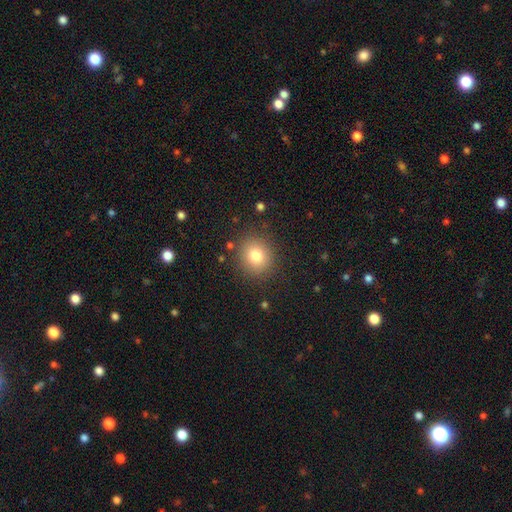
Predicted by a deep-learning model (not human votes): Smooth or featured?
  - smooth: 79% *
  - star or artifact: 12%
  - featured or disk: 9%
How rounded?
  - round: 84% *
  - in between: 15%
  - cigar-shaped: 1%
Merging?
  - none: 87% *
  - minor disturbance: 8%
  - major disturbance: 3%
  - merger: 2%